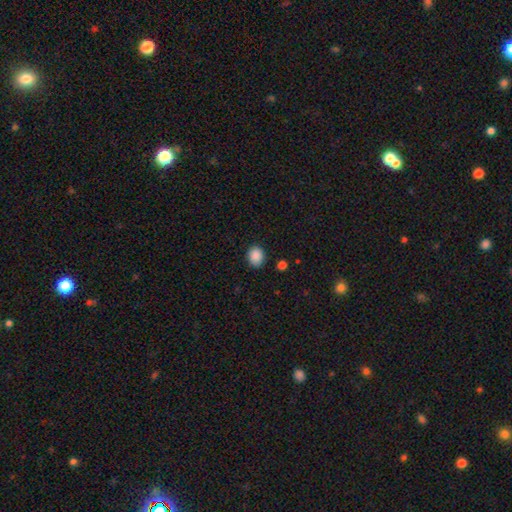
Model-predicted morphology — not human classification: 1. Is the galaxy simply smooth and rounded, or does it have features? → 88% smooth, 9% star or artifact, 3% featured or disk.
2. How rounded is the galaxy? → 54% round, 45% in between, 1% cigar-shaped.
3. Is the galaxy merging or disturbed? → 85% none, 11% minor disturbance, 3% major disturbance, 2% merger.